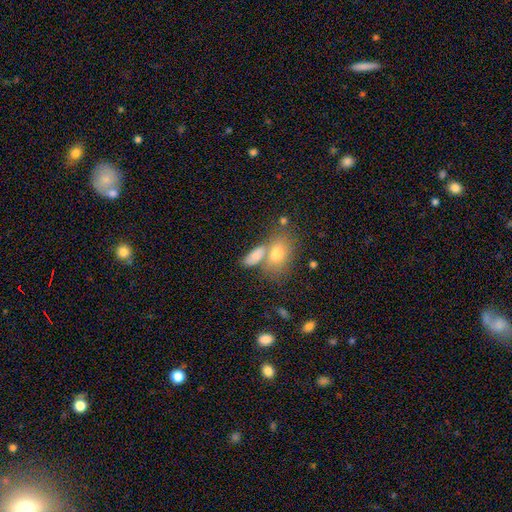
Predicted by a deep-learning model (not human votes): A smooth galaxy with no disk features (76%) that is in between round and cigar-shaped (83%). Merging: none (43%).